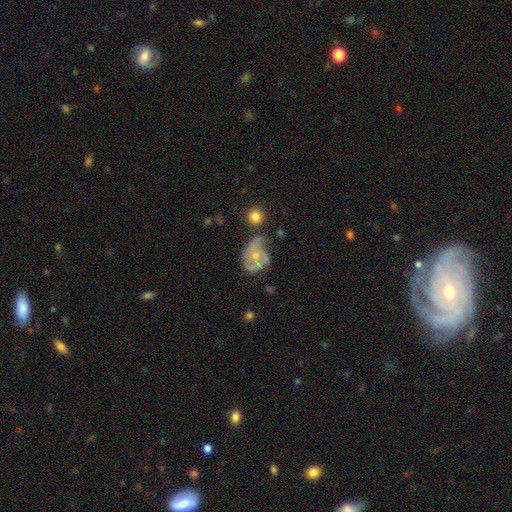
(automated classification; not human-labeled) Morphology: type=featured or disk (70%); edge-on=no (98%); bar=no (80%); spiral arms=yes (78%); winding=medium (44%); arm count=3 (33%); bulge=small (54%); merging=none (39%).